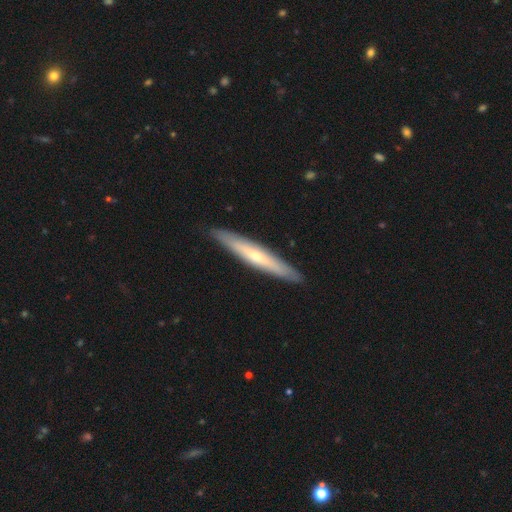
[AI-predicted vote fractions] Overall: featured or disk (51%; smooth 43%). Edge-on disk: yes (88%). Merging: none (90%).